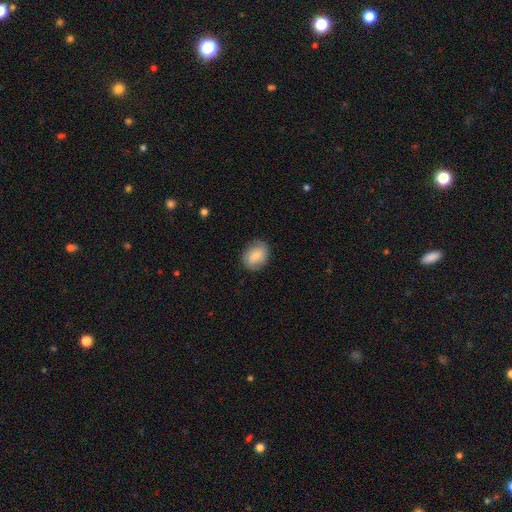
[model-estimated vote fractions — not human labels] This is clearly a smooth galaxy (81%). How rounded: likely in between (63%). Merging: clearly none (82%).